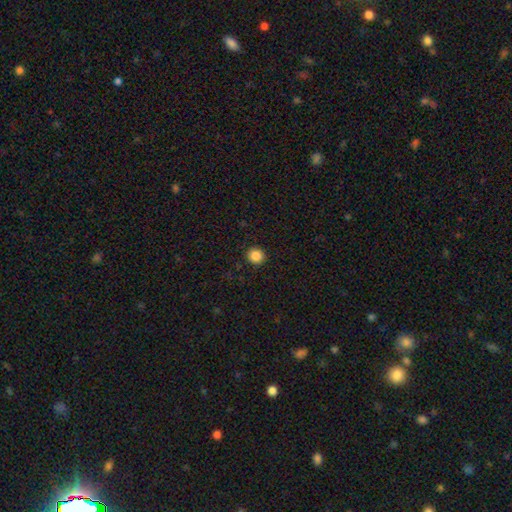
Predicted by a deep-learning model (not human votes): Smooth or featured? smooth (86%)
How rounded? round (93%)
Merging? none (92%)